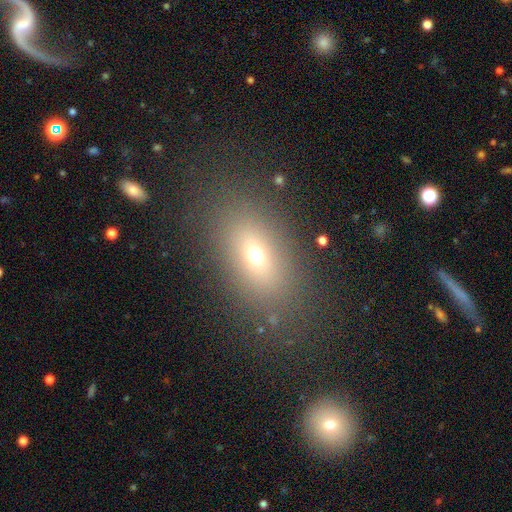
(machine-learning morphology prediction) The model was most divided on "smooth or featured": smooth: 65%, star or artifact: 18%, featured or disk: 17%. More confident: merging — none (81%); how rounded — in between (76%).